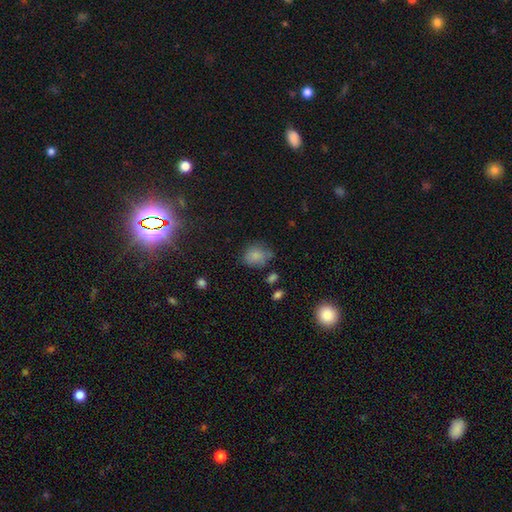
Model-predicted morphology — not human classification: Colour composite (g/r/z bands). It shows a smooth galaxy with no disk features (80%) that is round (56%). Merging: none (57%).